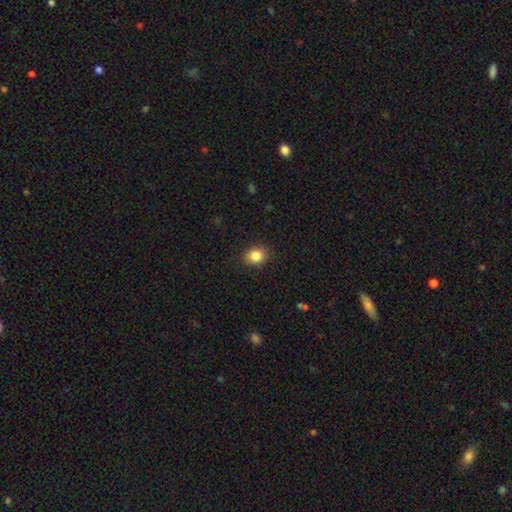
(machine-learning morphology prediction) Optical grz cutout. It shows a smooth galaxy with no disk features (85%) that is round (61%). Merging: none (89%).